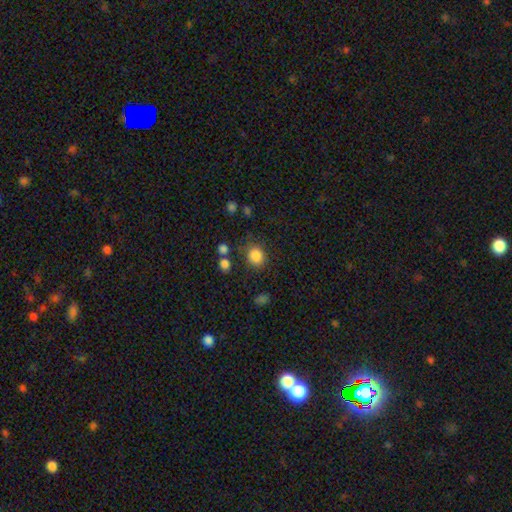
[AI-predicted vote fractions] smooth-or-featured: smooth: 85% | star or artifact: 11% | featured or disk: 4%
  how-rounded: round: 73% | in between: 26% | cigar-shaped: 1%
  merging: none: 78% | minor disturbance: 12% | merger: 5% | major disturbance: 5%